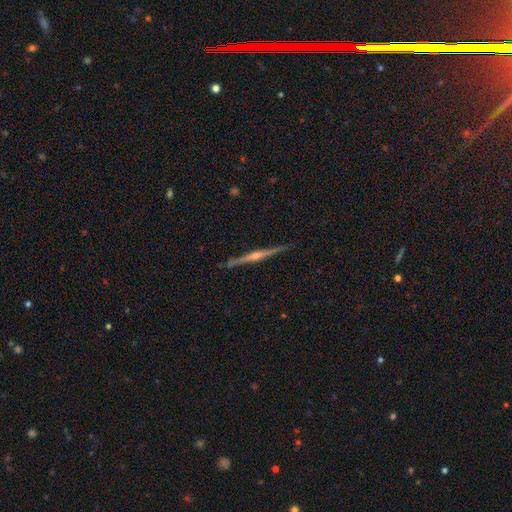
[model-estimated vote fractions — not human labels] This appears to be a featured or disk galaxy (81%) viewed edge-on (98%) with a rounded central bulge (80%). Merging: none (90%).